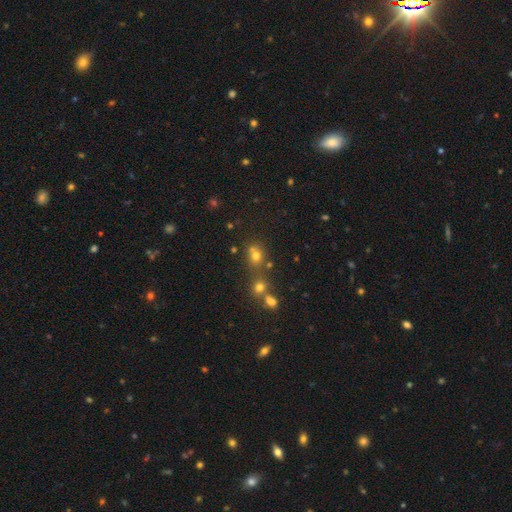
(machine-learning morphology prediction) smooth_or_featured: smooth (p=0.58) [alt: star or artifact p=0.29]
how_rounded: round (p=0.76) [alt: in between p=0.22]
merging: none (p=0.52) [alt: merger p=0.34]